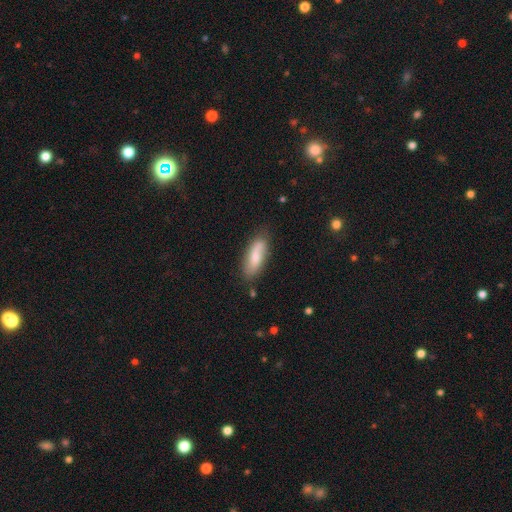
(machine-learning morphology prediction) Smooth or featured?
  - smooth: 67% *
  - featured or disk: 26%
  - star or artifact: 7%
How rounded?
  - in between: 69% *
  - cigar-shaped: 29%
  - round: 2%
Merging?
  - none: 73% *
  - minor disturbance: 20%
  - major disturbance: 4%
  - merger: 3%